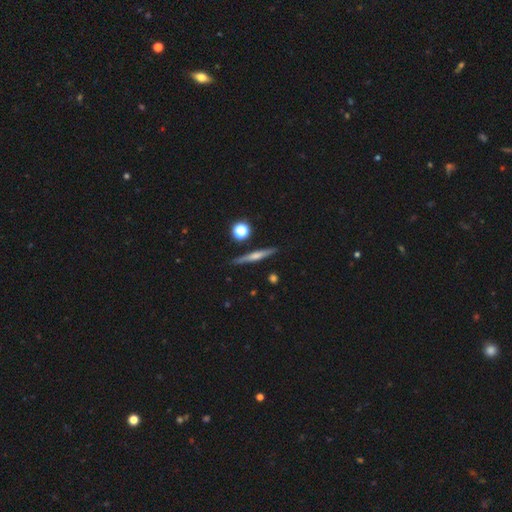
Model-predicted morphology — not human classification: type=featured or disk (55%); edge-on=yes (96%); edge-on bulge=rounded (61%); merging=none (88%).